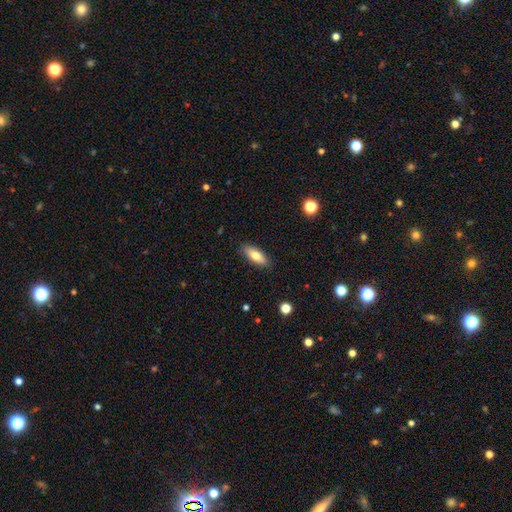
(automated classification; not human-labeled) The model was most divided on "how rounded": in between: 69%, cigar-shaped: 28%, round: 2%. More confident: merging — none (88%); smooth or featured — smooth (75%).